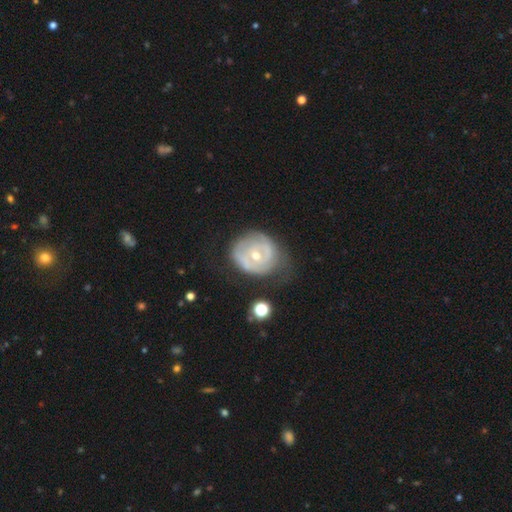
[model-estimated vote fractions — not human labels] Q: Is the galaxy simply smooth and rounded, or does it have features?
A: featured or disk — 68%.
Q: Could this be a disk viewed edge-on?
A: no — 97%.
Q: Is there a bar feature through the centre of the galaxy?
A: no — 71%.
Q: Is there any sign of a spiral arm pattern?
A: yes — 56%.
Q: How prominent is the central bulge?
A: moderate — 51%.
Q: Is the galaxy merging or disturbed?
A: none — 47%.